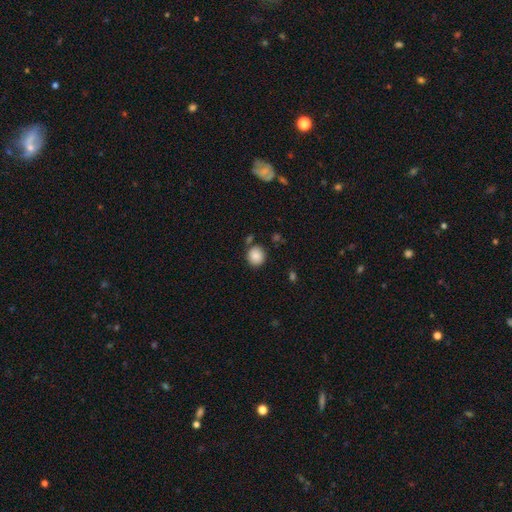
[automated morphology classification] smooth_or_featured: smooth (p=0.87) [alt: star or artifact p=0.09]
how_rounded: round (p=0.87) [alt: in between p=0.12]
merging: none (p=0.79) [alt: minor disturbance p=0.11]